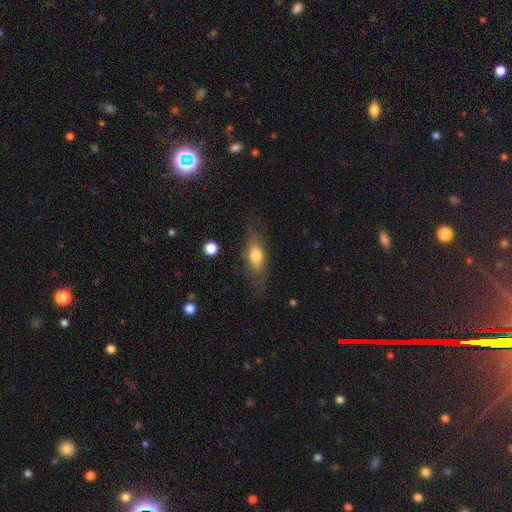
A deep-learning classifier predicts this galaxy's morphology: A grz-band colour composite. It shows a smooth galaxy with no disk features (66%) that is in between round and cigar-shaped (69%). Merging: none (68%).